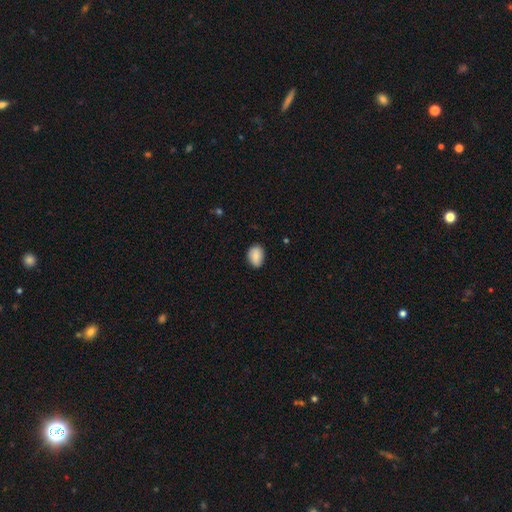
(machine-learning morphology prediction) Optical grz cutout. It shows a smooth galaxy with no disk features (86%) that is in between round and cigar-shaped (78%). Merging: none (82%).